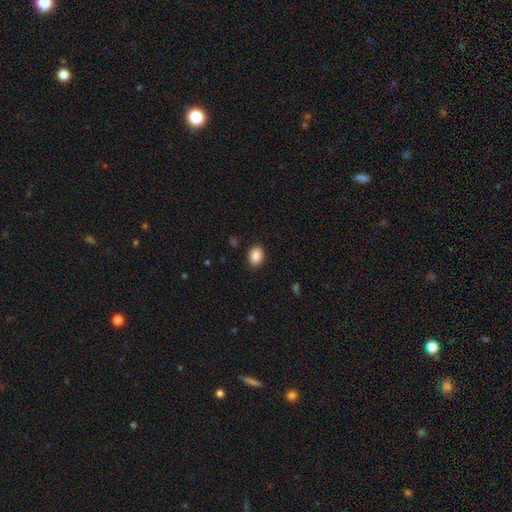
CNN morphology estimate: Smooth or featured? Predicted: smooth (p=0.88). How rounded? Predicted: in between (p=0.59). Merging? Predicted: none (p=0.90).